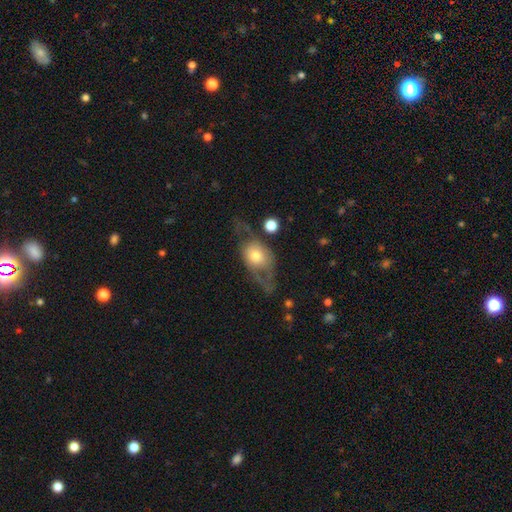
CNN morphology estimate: Smooth or featured: featured or disk — 50% (smooth — 43%)
Edge-on disk: no — 83% (yes — 17%)
Merging: none — 40% (major disturbance — 33%)